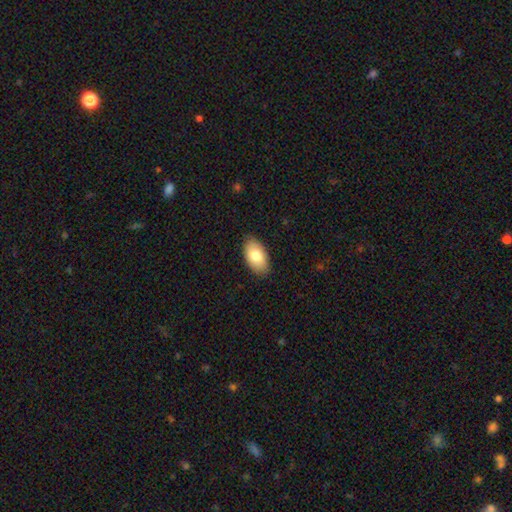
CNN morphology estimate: smooth-or-featured: smooth: 80% | featured or disk: 13% | star or artifact: 6%
  how-rounded: in between: 95% | round: 4% | cigar-shaped: 2%
  merging: none: 87% | minor disturbance: 10% | major disturbance: 2% | merger: 1%